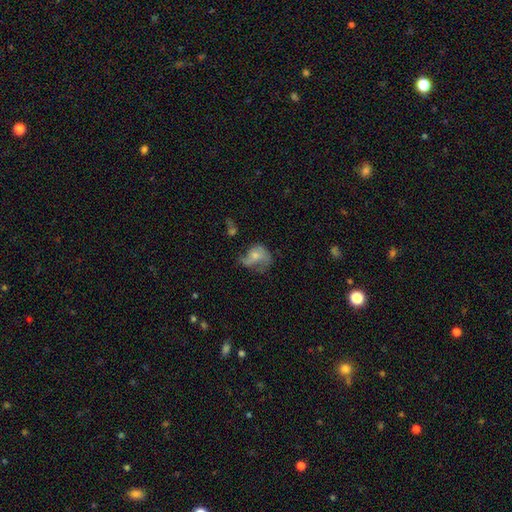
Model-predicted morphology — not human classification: Smooth or featured? featured or disk (47%)
Merging? major disturbance (37%)